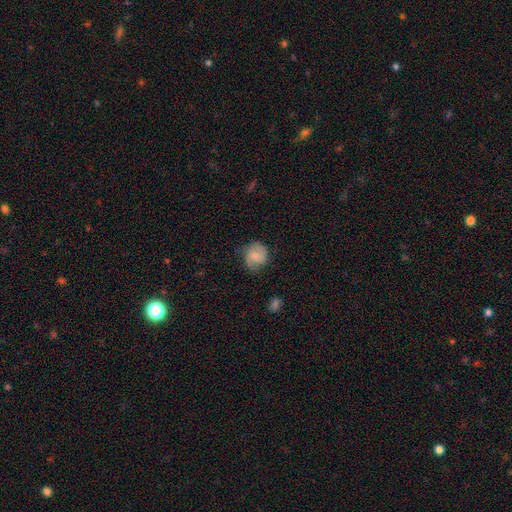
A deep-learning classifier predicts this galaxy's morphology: Smooth or featured: featured or disk — 52% (smooth — 40%)
Edge-on disk: no — 98% (yes — 2%)
Bar: no — 46% (weak — 44%)
Spiral arms: yes — 90% (no — 10%)
Bulge size: small — 47% (moderate — 33%)
Merging: none — 68% (minor disturbance — 22%)